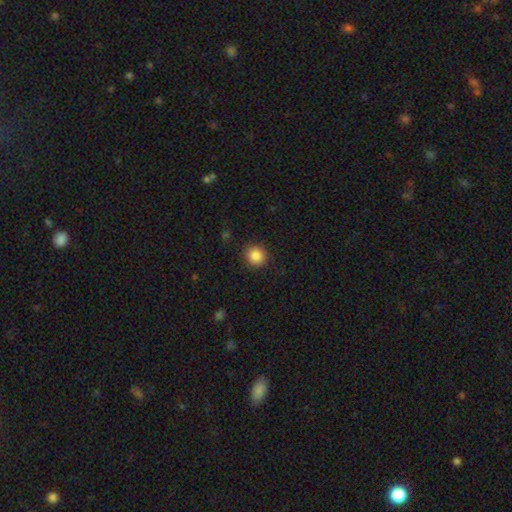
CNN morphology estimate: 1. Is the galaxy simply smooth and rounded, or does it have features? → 86% smooth, 10% star or artifact, 4% featured or disk.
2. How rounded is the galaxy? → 91% round, 8% in between, 1% cigar-shaped.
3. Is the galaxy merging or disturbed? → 90% none, 7% minor disturbance, 2% major disturbance, 1% merger.